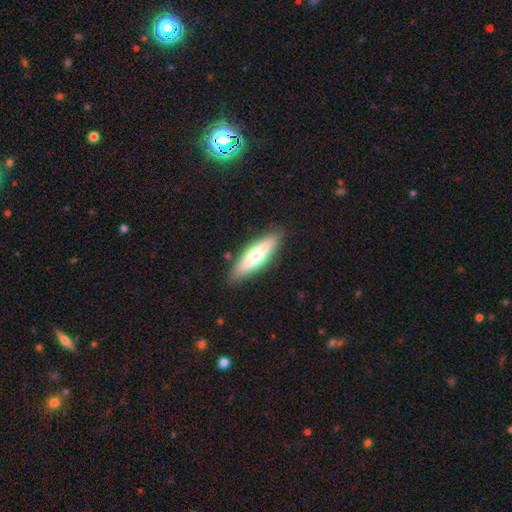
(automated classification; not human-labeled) Overall: smooth (55%; featured or disk 39%). How rounded: cigar-shaped (63%; in between 36%). Merging: none (87%).